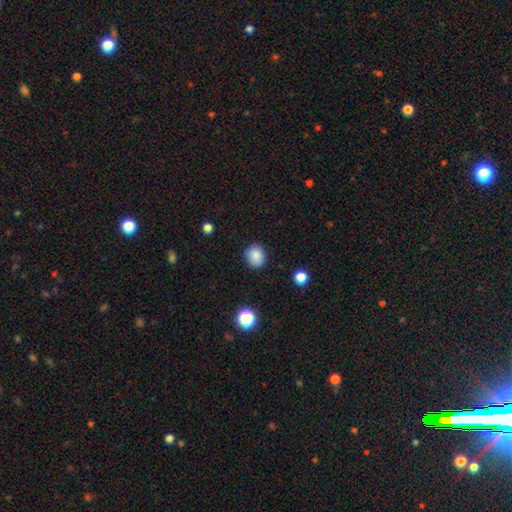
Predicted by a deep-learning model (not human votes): Overall: smooth (86%). How rounded: round (71%). Merging: none (87%).